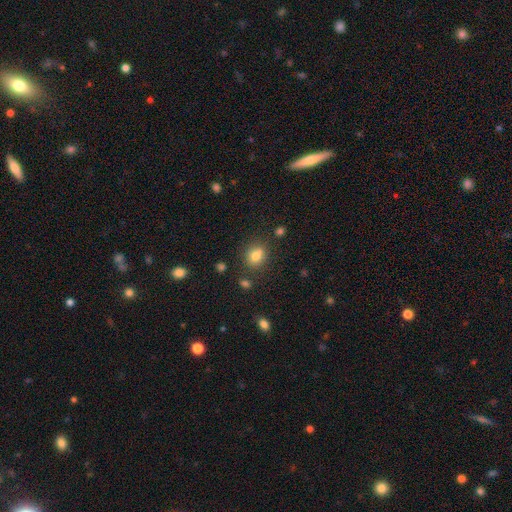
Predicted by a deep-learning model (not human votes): Smooth or featured? Predicted: smooth (p=0.78). How rounded? Predicted: round (p=0.68). Merging? Predicted: none (p=0.70).